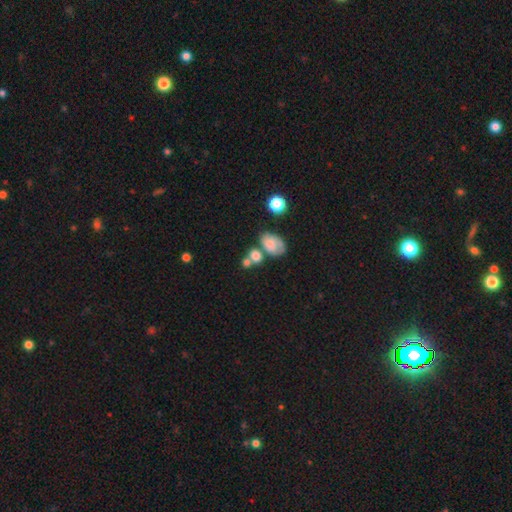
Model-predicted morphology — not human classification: Smooth or featured?
  - smooth: 70% *
  - featured or disk: 19%
  - star or artifact: 11%
How rounded?
  - in between: 63% *
  - round: 36%
  - cigar-shaped: 2%
Merging?
  - none: 39% *
  - merger: 37%
  - minor disturbance: 16%
  - major disturbance: 8%